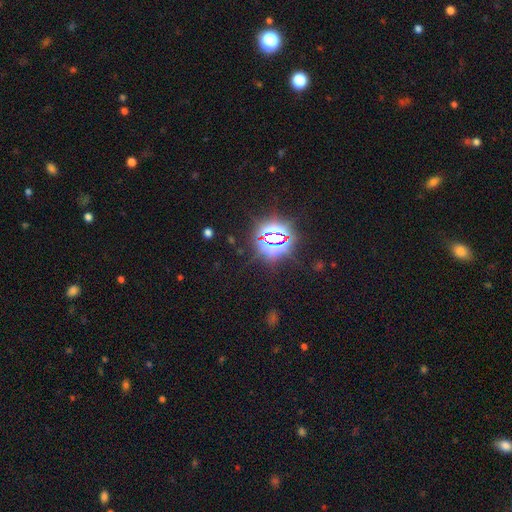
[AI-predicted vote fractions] Morphology: type=star or artifact (82%).